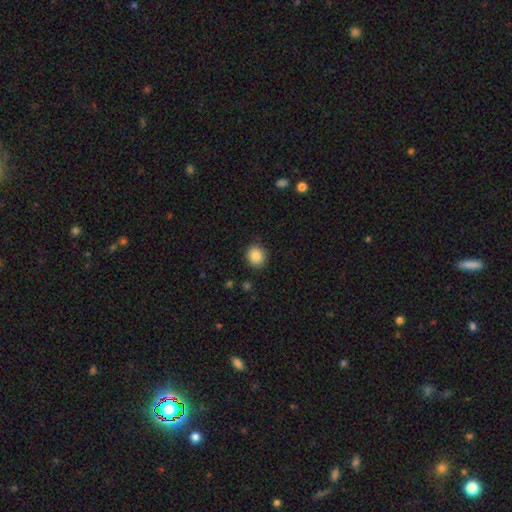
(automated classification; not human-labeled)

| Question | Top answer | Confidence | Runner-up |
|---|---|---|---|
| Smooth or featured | smooth | 88% | star or artifact (9%) |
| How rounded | round | 79% | in between (20%) |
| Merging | none | 87% | minor disturbance (9%) |